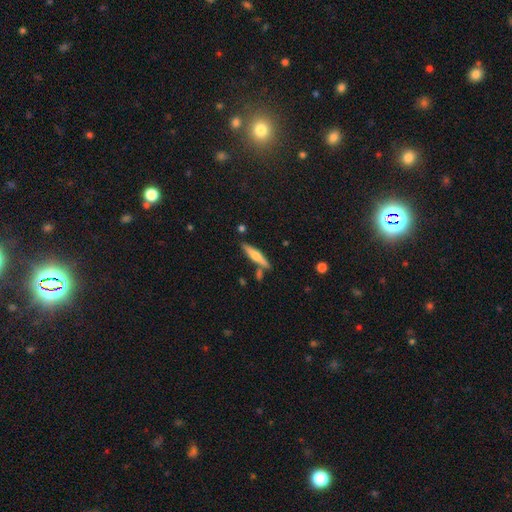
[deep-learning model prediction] This appears to be a featured or disk galaxy (50%) viewed edge-on (95%). Merging: none (77%).